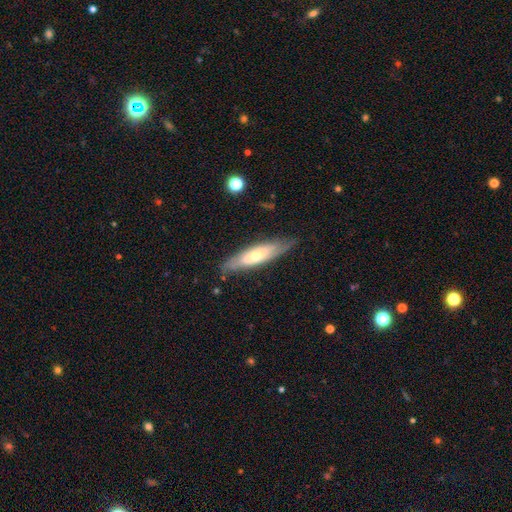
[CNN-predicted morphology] The model was most divided on "smooth or featured": featured or disk: 51%, smooth: 43%, star or artifact: 6%. More confident: merging — none (79%); edge-on disk — yes (55%).